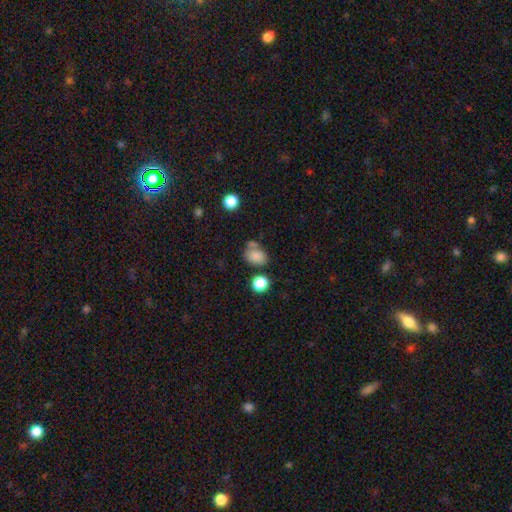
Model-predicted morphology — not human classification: Smooth or featured? smooth (81%)
How rounded? in between (61%)
Merging? none (53%)